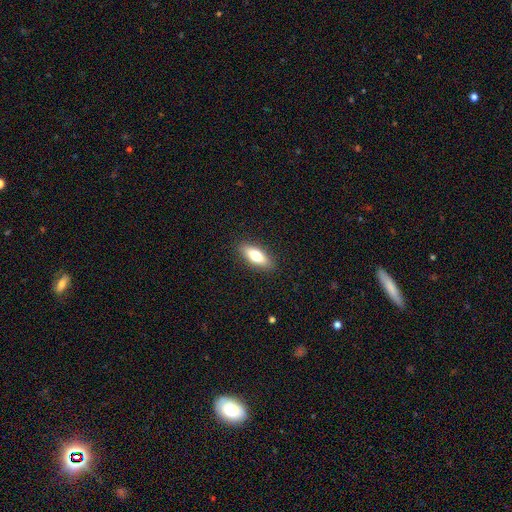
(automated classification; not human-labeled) This appears to be a smooth galaxy with no disk features (69%) that is in between round and cigar-shaped (62%). Merging: none (89%).